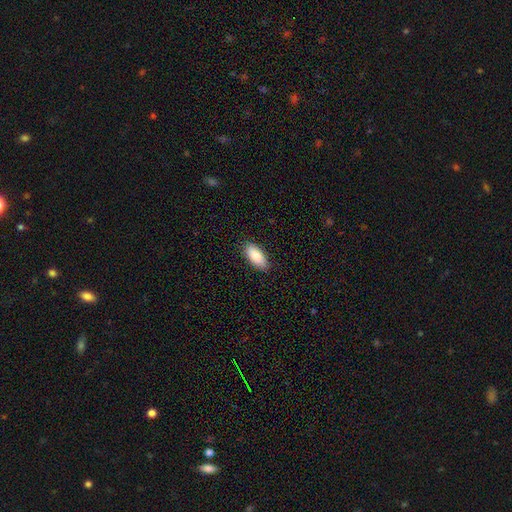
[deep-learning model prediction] Smooth or featured: smooth — 86% (featured or disk — 8%)
How rounded: in between — 88% (cigar-shaped — 10%)
Merging: none — 88% (minor disturbance — 9%)